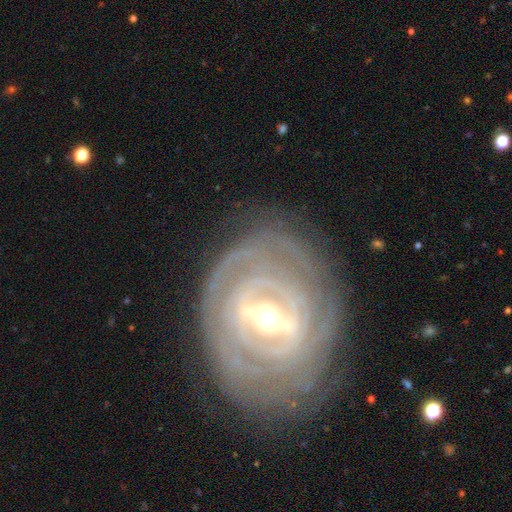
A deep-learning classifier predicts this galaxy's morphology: This appears to be a featured or disk galaxy (87%) with a strong bar (56%), tight (83%) spiral arms (84%) and a moderate central bulge (60%). Merging: none (80%).